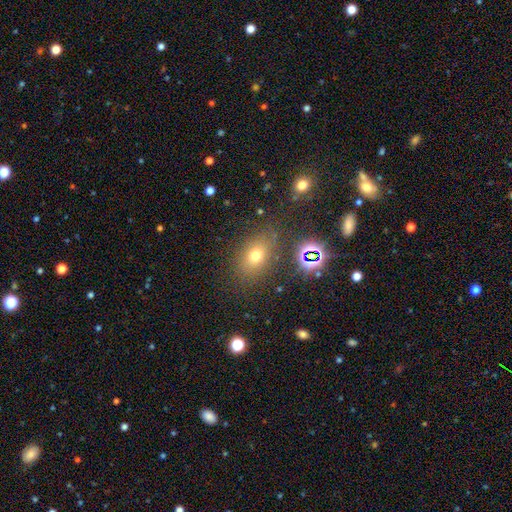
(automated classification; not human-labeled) Smooth or featured: smooth — 65% (star or artifact — 22%)
How rounded: in between — 68% (round — 30%)
Merging: none — 78% (minor disturbance — 13%)